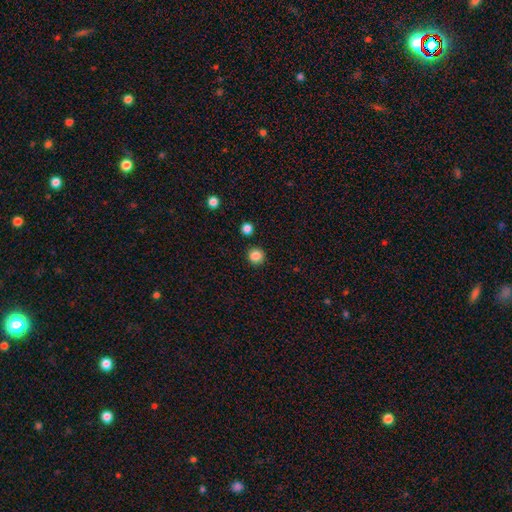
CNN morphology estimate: smooth-or-featured: smooth: 85% | star or artifact: 11% | featured or disk: 3%
  how-rounded: round: 95% | in between: 4% | cigar-shaped: 1%
  merging: none: 91% | minor disturbance: 5% | merger: 2% | major disturbance: 2%